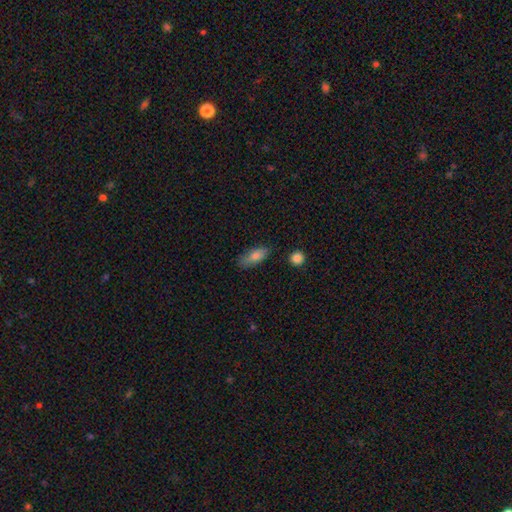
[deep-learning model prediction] smooth 78%, featured or disk 14%, star or artifact 8%. Down the decision tree: how rounded — in between (75%); merging — none (79%).